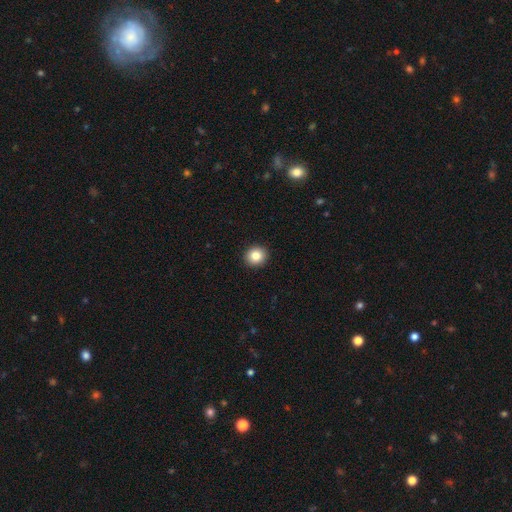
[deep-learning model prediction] Overall: smooth (84%). How rounded: round (88%). Merging: none (93%).